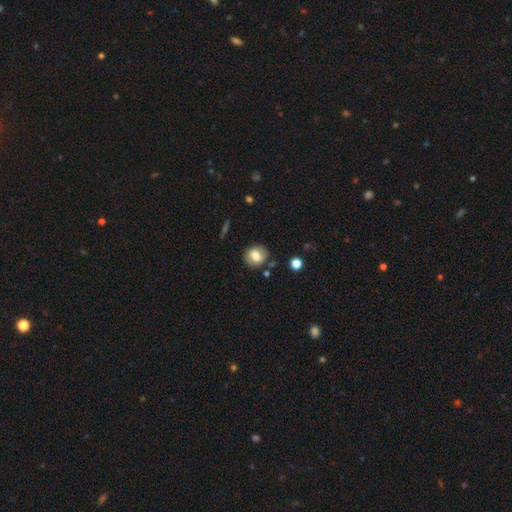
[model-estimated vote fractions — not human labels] A smooth galaxy with no disk features (73%) that is round (70%). Merging: none (80%).